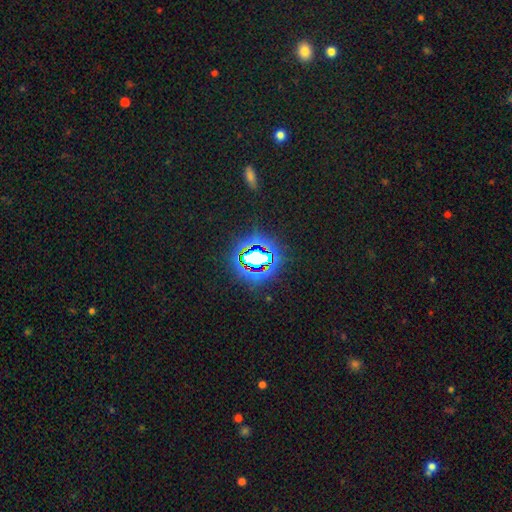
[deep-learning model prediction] smooth_or_featured: star or artifact (p=0.69) [alt: smooth p=0.19]